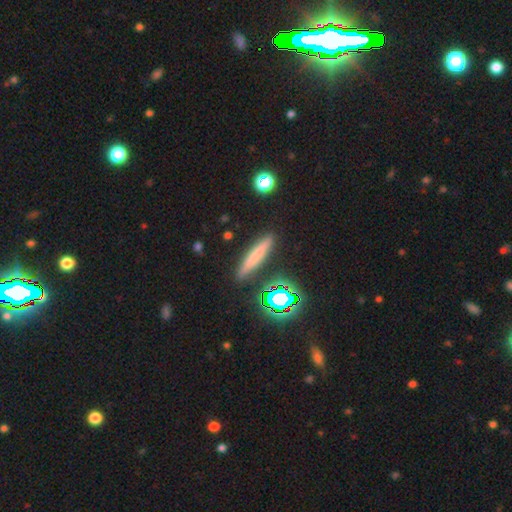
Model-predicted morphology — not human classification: A smooth galaxy with no disk features (62%) that is cigar-shaped (88%). Merging: none (87%).